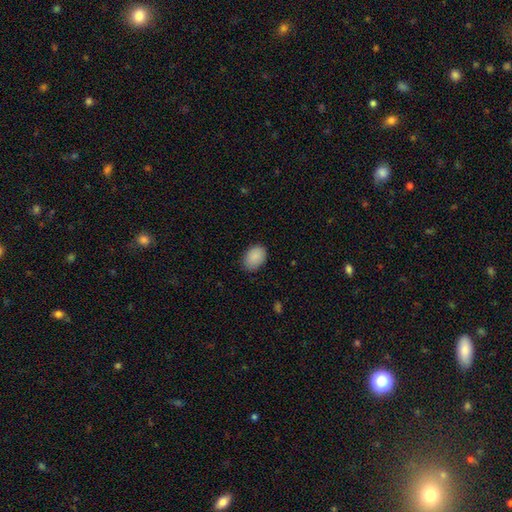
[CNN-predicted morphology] A smooth galaxy with no disk features (90%) that is in between round and cigar-shaped (82%). Merging: none (82%).